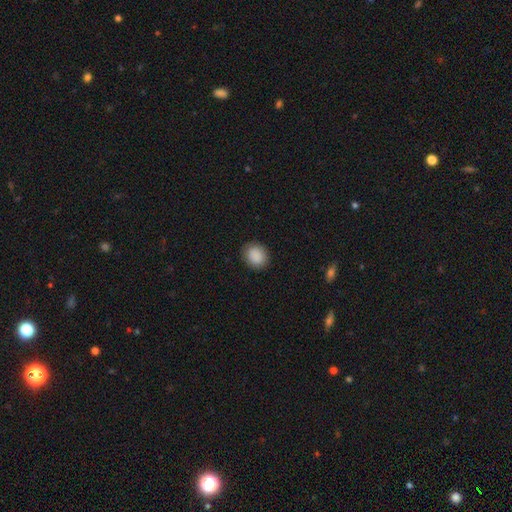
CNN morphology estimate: Smooth or featured? smooth (90%)
How rounded? round (64%)
Merging? none (88%)